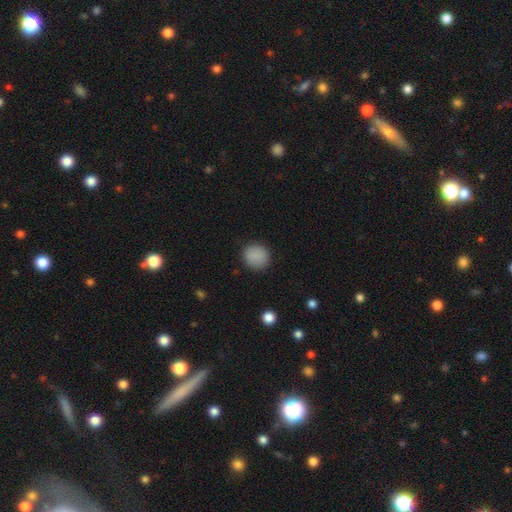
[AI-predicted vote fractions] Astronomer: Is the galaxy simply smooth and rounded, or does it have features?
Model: smooth — 88%.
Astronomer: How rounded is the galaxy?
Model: round — 90%.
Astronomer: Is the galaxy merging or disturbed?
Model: none — 89%.